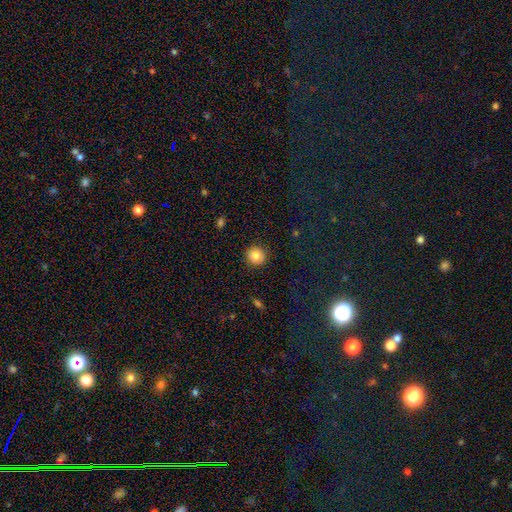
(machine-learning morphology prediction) A smooth galaxy with no disk features (82%) that is round (93%).

Vote fractions:
- Smooth or featured? smooth: 82% / star or artifact: 10% / featured or disk: 8%
- How rounded? round: 93% / in between: 6% / cigar-shaped: 1%
- Merging? none: 91% / minor disturbance: 6% / major disturbance: 2% / merger: 1%